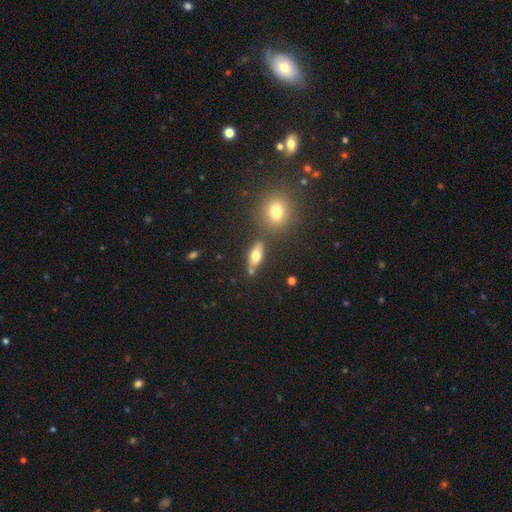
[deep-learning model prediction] smooth-or-featured: smooth: 66% | featured or disk: 23% | star or artifact: 10%
  how-rounded: in between: 75% | cigar-shaped: 16% | round: 9%
  merging: none: 72% | minor disturbance: 12% | merger: 12% | major disturbance: 4%